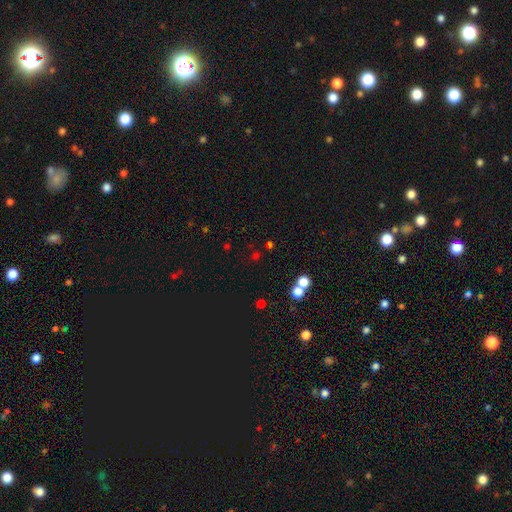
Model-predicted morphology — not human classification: Q: Smooth or featured?
A: smooth (49%); runner-up: star or artifact (44%)
Q: Merging?
A: none (73%); runner-up: merger (13%)